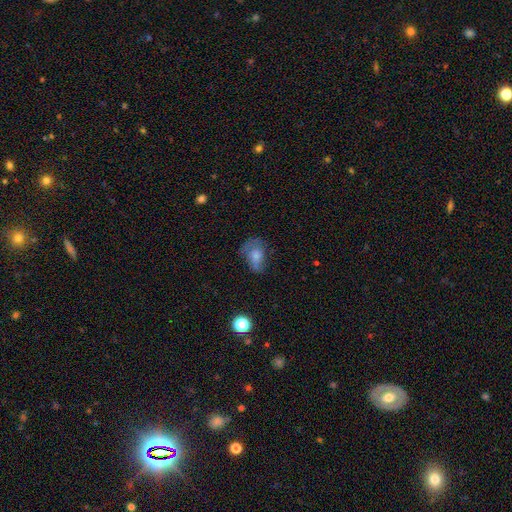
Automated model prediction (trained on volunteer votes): Overall: smooth (59%; featured or disk 30%). How rounded: in between (69%). Merging: none (38%; minor disturbance 29%).